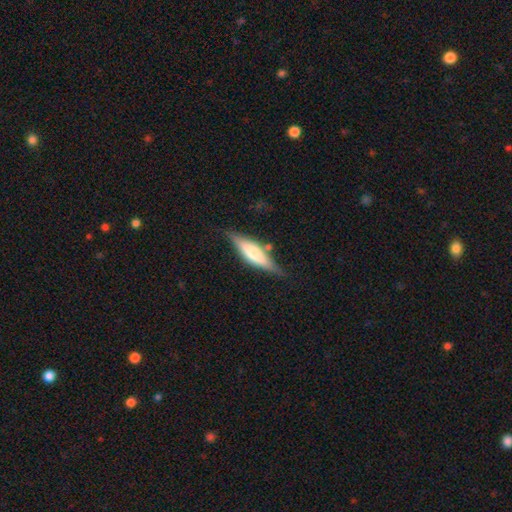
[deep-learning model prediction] Smooth or featured? Predicted: featured or disk (p=0.52). Edge-on disk? Predicted: yes (p=0.91). Merging? Predicted: none (p=0.75).